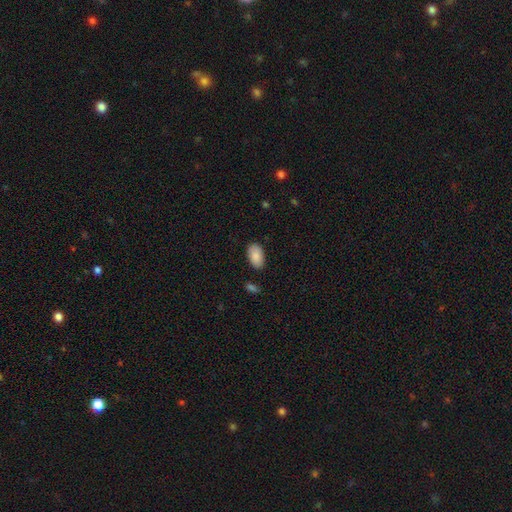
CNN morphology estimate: The model was most divided on "merging": none: 85%, minor disturbance: 11%, major disturbance: 2%, merger: 2%. More confident: how rounded — in between (95%); smooth or featured — smooth (88%).